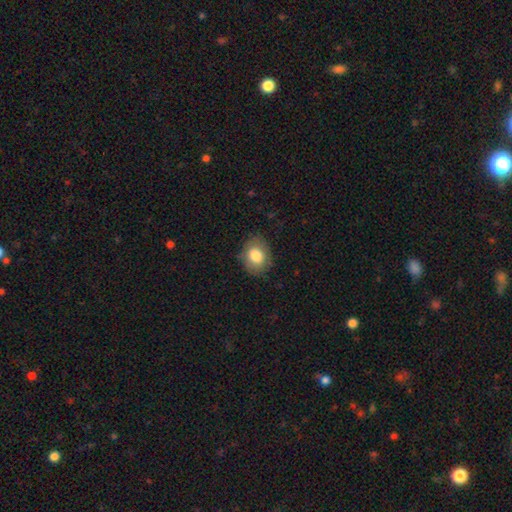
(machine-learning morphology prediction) Overall: smooth (80%). How rounded: in between (56%; round 43%). Merging: none (77%).